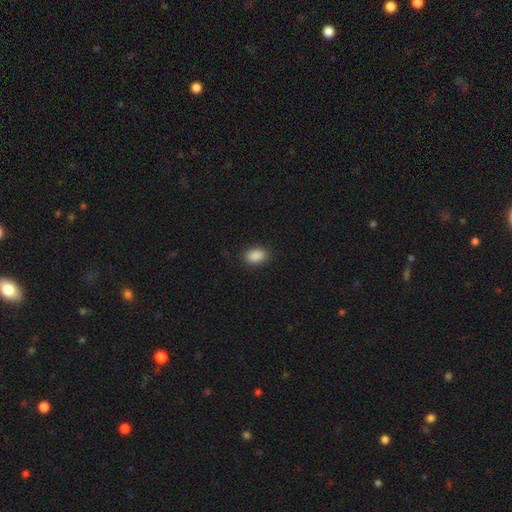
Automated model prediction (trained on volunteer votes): This appears to be a smooth galaxy with no disk features (90%) that is in between round and cigar-shaped (84%). Merging: none (88%).